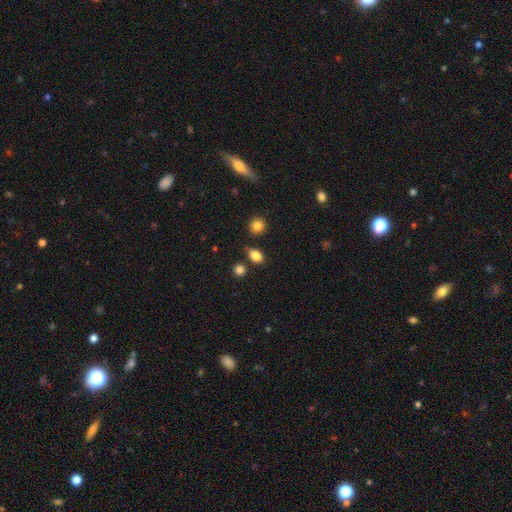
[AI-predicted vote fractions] Smooth or featured? smooth (85%)
How rounded? in between (61%)
Merging? none (78%)